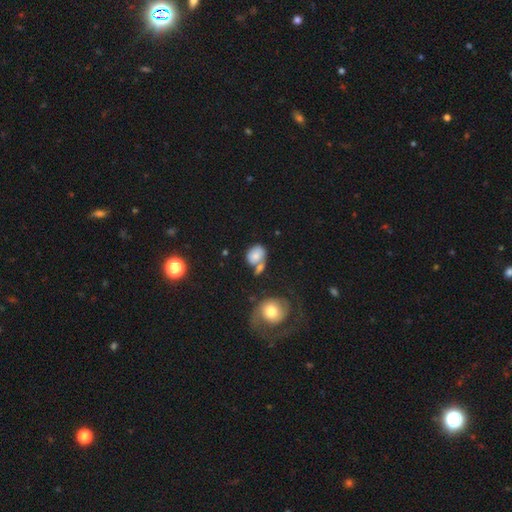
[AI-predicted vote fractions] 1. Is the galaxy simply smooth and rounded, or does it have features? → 73% smooth, 17% featured or disk, 10% star or artifact.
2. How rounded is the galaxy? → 55% in between, 43% round, 1% cigar-shaped.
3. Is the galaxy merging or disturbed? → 40% none, 32% merger, 19% minor disturbance, 9% major disturbance.